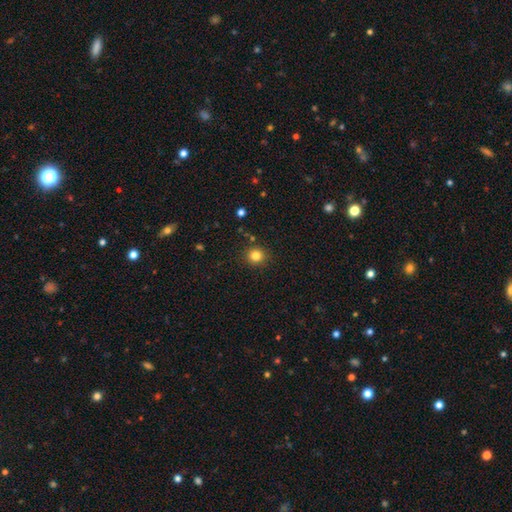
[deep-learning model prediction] smooth_or_featured: smooth (p=0.82) [alt: star or artifact p=0.12]
how_rounded: round (p=0.90) [alt: in between p=0.09]
merging: none (p=0.89) [alt: minor disturbance p=0.07]